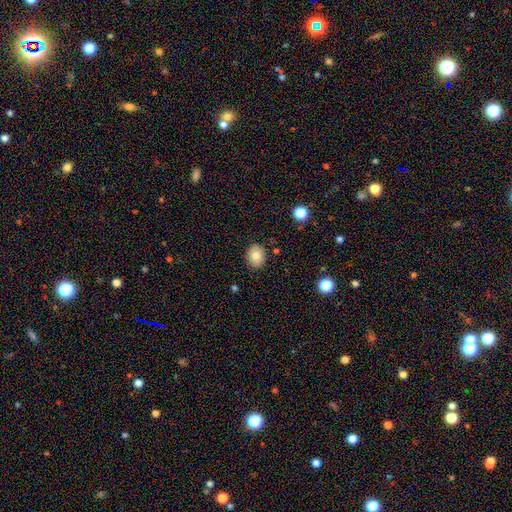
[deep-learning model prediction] smooth_or_featured: smooth (p=0.80) [alt: featured or disk p=0.11]
how_rounded: round (p=0.50) [alt: in between p=0.49]
merging: none (p=0.86) [alt: minor disturbance p=0.10]